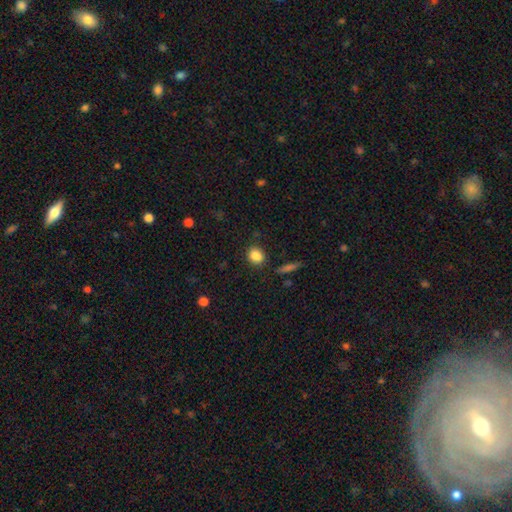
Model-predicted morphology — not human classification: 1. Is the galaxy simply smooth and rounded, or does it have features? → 85% smooth, 10% star or artifact, 5% featured or disk.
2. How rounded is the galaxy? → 52% round, 45% in between, 2% cigar-shaped.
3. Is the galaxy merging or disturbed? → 80% none, 13% minor disturbance, 4% merger, 3% major disturbance.